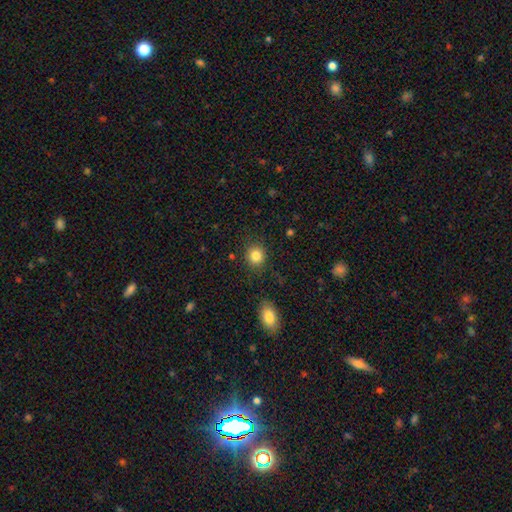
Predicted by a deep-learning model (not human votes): The model was most divided on "how rounded": round: 84%, in between: 16%, cigar-shaped: 1%. More confident: merging — none (87%); smooth or featured — smooth (85%).